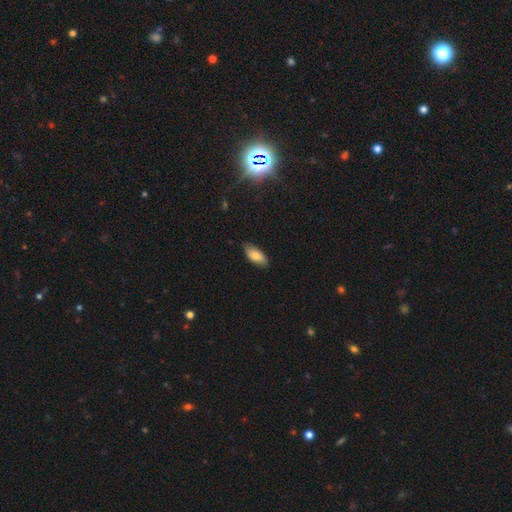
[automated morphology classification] smooth-or-featured: smooth: 82% | featured or disk: 11% | star or artifact: 7%
  how-rounded: in between: 86% | cigar-shaped: 12% | round: 2%
  merging: none: 81% | minor disturbance: 16% | major disturbance: 2% | merger: 1%